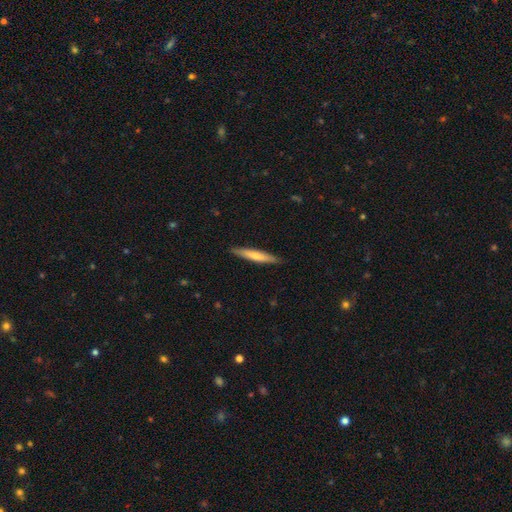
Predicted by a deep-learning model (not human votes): The model was most divided on "smooth or featured": smooth: 65%, featured or disk: 30%, star or artifact: 5%. More confident: how rounded — cigar-shaped (93%); merging — none (89%).